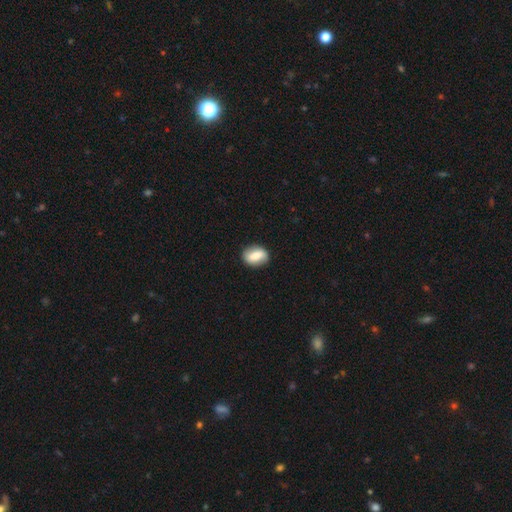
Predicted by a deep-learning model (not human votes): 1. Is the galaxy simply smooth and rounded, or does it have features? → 67% smooth, 26% featured or disk, 7% star or artifact.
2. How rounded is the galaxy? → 69% in between, 29% round, 2% cigar-shaped.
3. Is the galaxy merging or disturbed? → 86% none, 11% minor disturbance, 3% major disturbance, 1% merger.